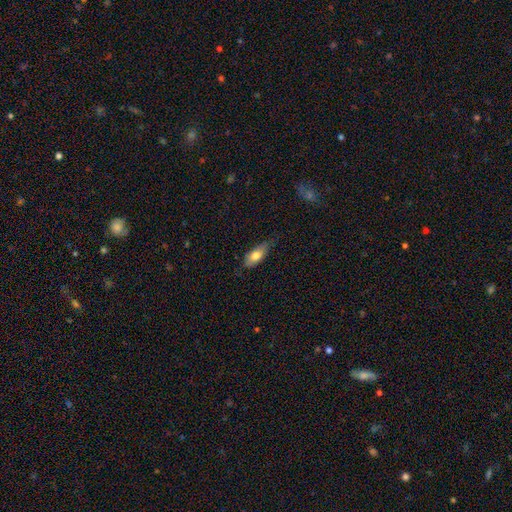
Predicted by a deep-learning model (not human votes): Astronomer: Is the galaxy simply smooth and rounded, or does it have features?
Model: smooth — 72%.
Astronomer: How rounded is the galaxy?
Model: in between — 78%.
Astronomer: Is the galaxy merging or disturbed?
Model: none — 62%.